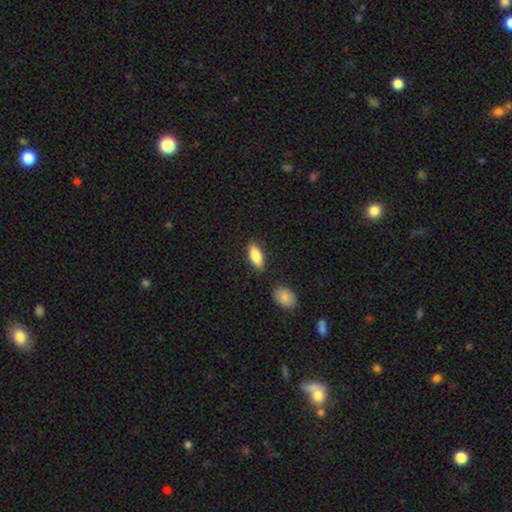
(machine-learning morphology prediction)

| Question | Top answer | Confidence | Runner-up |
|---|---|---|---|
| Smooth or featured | smooth | 83% | featured or disk (11%) |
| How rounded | in between | 83% | cigar-shaped (14%) |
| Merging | none | 82% | minor disturbance (12%) |